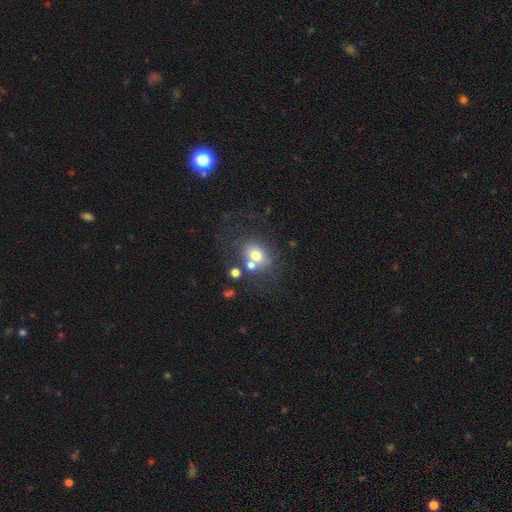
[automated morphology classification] Smooth or featured?
  - smooth: 69% *
  - featured or disk: 18%
  - star or artifact: 13%
How rounded?
  - round: 53% *
  - in between: 46%
  - cigar-shaped: 1%
Merging?
  - none: 51% *
  - merger: 25%
  - minor disturbance: 15%
  - major disturbance: 9%